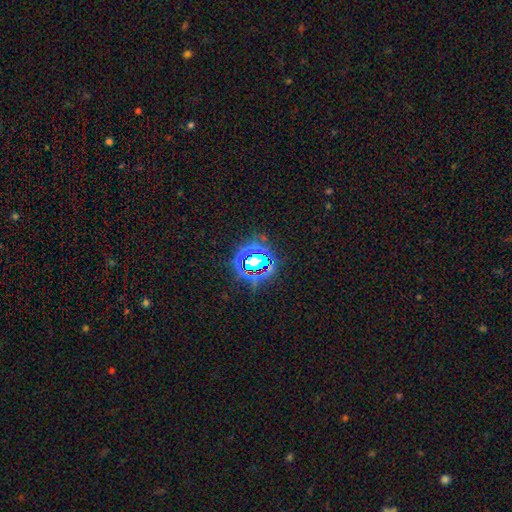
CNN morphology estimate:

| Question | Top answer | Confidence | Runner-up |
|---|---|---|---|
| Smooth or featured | star or artifact | 68% | smooth (21%) |